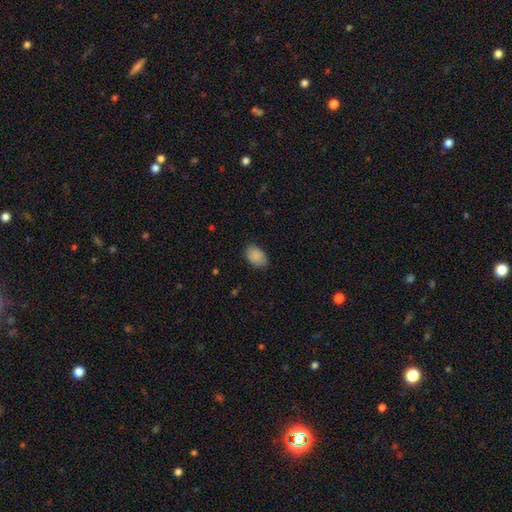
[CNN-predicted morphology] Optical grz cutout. It shows a smooth galaxy with no disk features (89%) that is in between round and cigar-shaped (85%). Merging: none (80%).